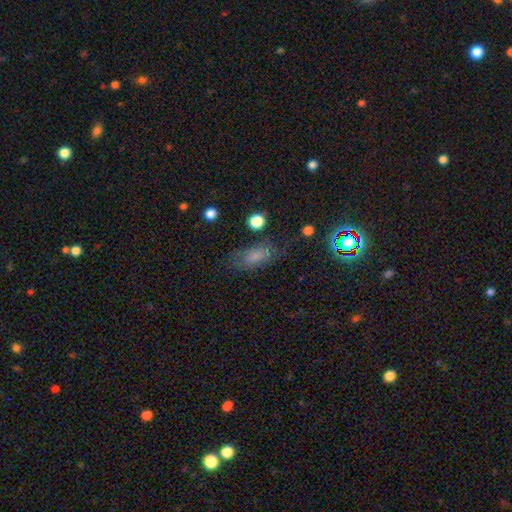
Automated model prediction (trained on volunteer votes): smooth_or_featured: smooth (p=0.69) [alt: featured or disk p=0.16]
how_rounded: in between (p=0.81) [alt: cigar-shaped p=0.13]
merging: none (p=0.69) [alt: minor disturbance p=0.20]